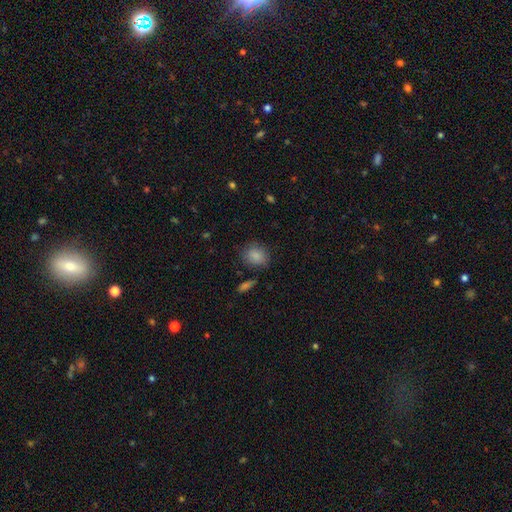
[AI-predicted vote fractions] Smooth or featured: smooth — 85% (star or artifact — 8%)
How rounded: round — 63% (in between — 35%)
Merging: none — 75% (minor disturbance — 18%)